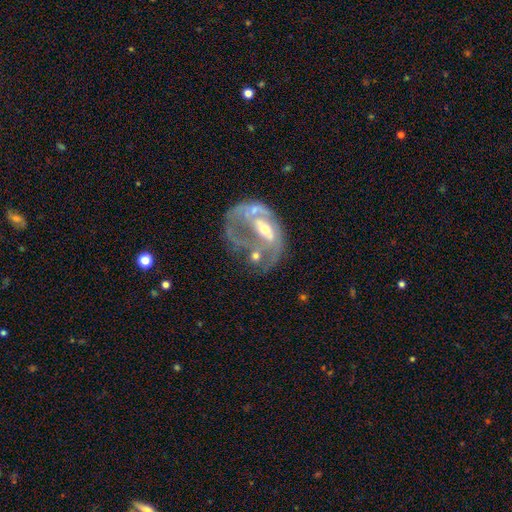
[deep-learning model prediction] This is likely a featured or disk galaxy (68%). It is clearly not viewed edge-on (96%). Bar: possibly no (58%). Spiral arm pattern: possibly no (53%). Central bulge: possibly moderate (53%). Merging: marginally merger (33%).